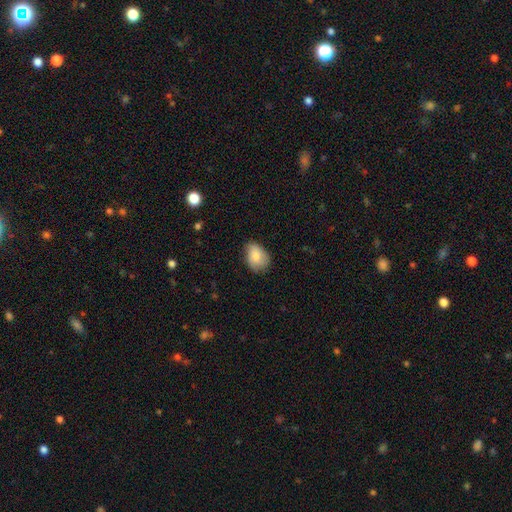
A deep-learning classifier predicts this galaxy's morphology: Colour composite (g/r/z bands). It shows a smooth galaxy with no disk features (81%) that is in between round and cigar-shaped (72%). Merging: none (65%).